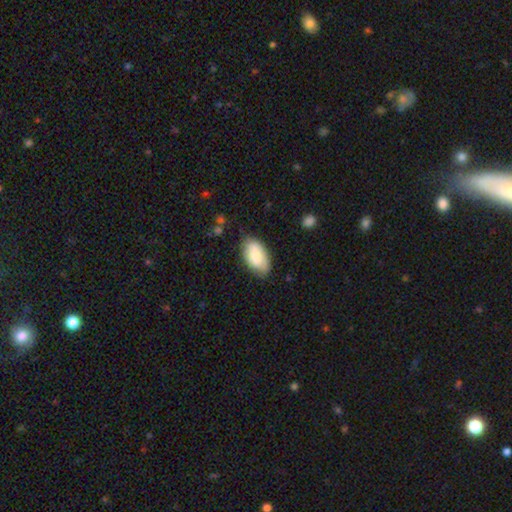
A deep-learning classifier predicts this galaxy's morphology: This appears to be a smooth galaxy with no disk features (76%) that is in between round and cigar-shaped (95%). Merging: none (79%).